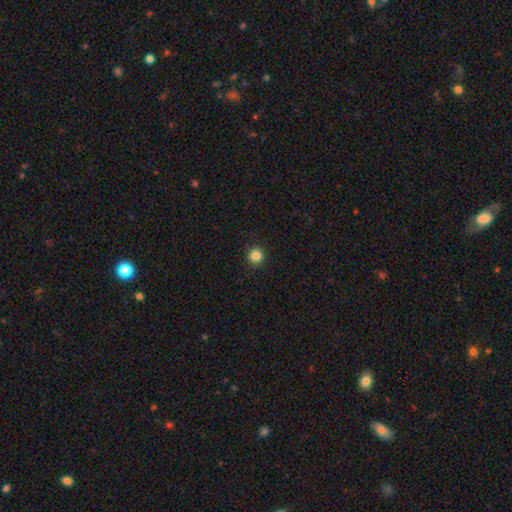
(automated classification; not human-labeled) Smooth or featured? smooth (84%)
How rounded? round (95%)
Merging? none (92%)